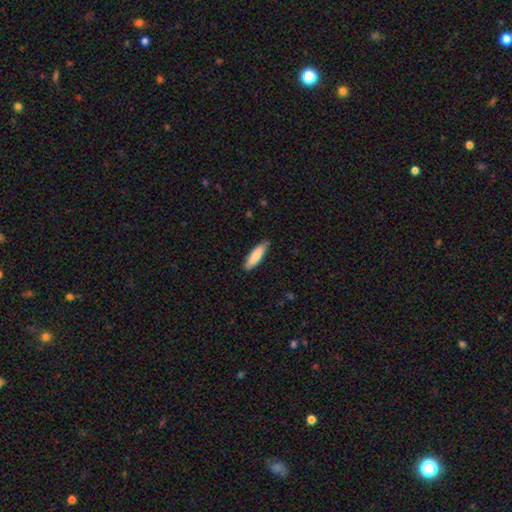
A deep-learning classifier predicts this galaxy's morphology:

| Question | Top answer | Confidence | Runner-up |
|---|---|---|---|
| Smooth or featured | smooth | 86% | featured or disk (9%) |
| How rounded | cigar-shaped | 61% | in between (38%) |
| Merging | none | 83% | minor disturbance (14%) |